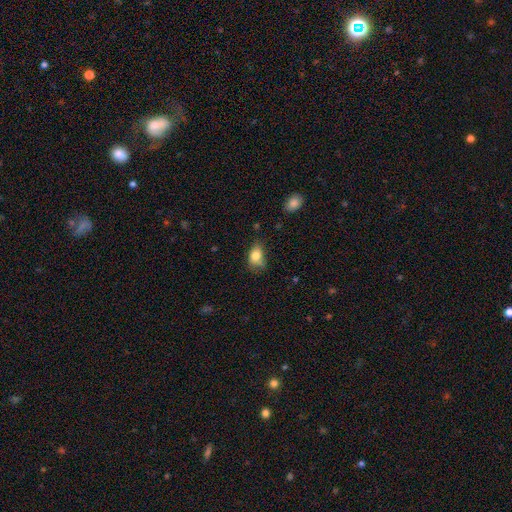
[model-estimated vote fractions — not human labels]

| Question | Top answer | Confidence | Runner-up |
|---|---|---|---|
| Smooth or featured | smooth | 81% | featured or disk (10%) |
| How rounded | in between | 83% | round (15%) |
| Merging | none | 49% | minor disturbance (37%) |